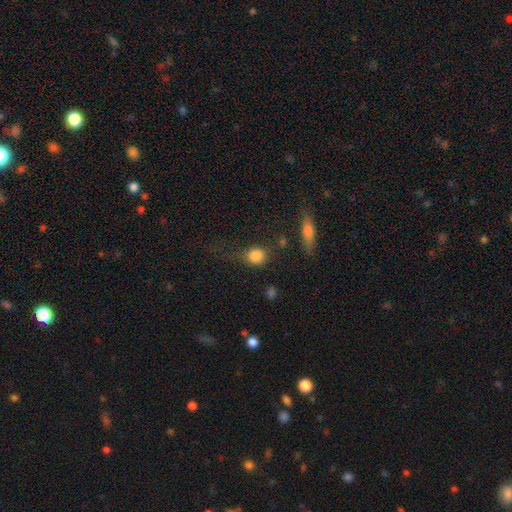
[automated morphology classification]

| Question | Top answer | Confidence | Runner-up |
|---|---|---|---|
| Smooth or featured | smooth | 82% | star or artifact (10%) |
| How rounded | round | 76% | in between (21%) |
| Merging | none | 54% | minor disturbance (22%) |